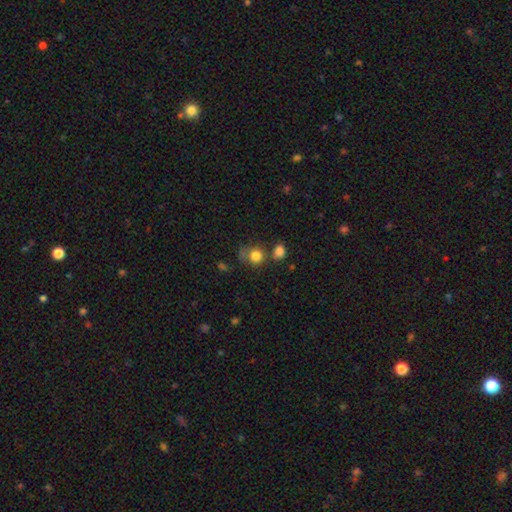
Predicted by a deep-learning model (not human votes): smooth 81%, star or artifact 11%, featured or disk 8%. Down the decision tree: how rounded — round (80%); merging — none (53%).